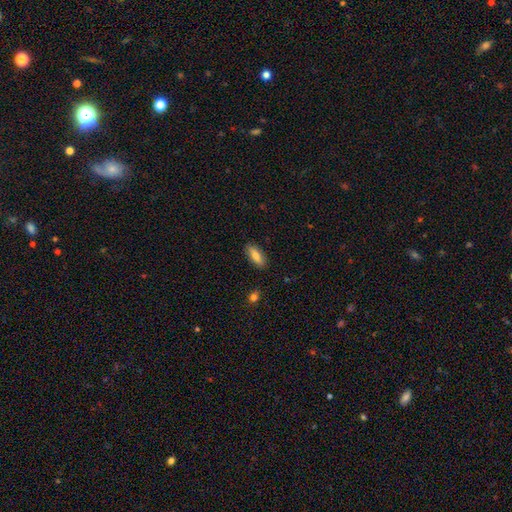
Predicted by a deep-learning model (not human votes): Smooth or featured?
  - smooth: 81% *
  - featured or disk: 12%
  - star or artifact: 7%
How rounded?
  - in between: 76% *
  - cigar-shaped: 22%
  - round: 2%
Merging?
  - none: 87% *
  - minor disturbance: 10%
  - major disturbance: 2%
  - merger: 1%